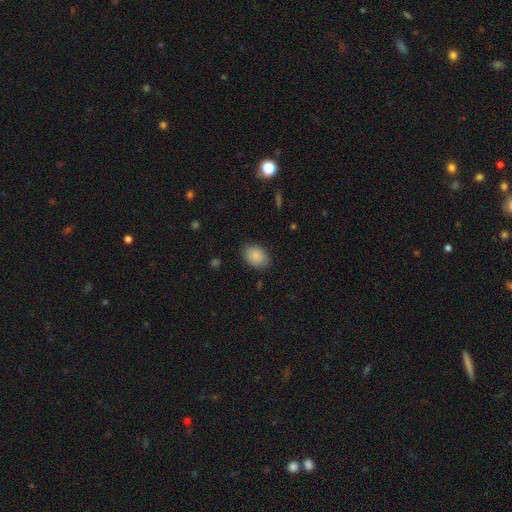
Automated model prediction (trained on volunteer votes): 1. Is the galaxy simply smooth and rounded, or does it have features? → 88% smooth, 7% star or artifact, 5% featured or disk.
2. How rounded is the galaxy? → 76% in between, 23% round, 1% cigar-shaped.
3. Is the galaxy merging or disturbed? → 82% none, 14% minor disturbance, 3% major disturbance, 1% merger.